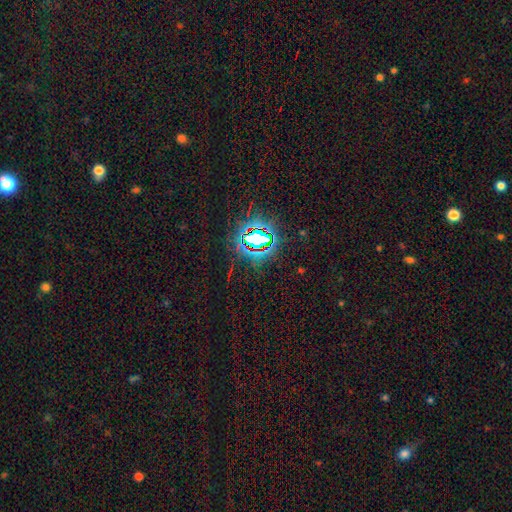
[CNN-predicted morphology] type=star or artifact (83%).